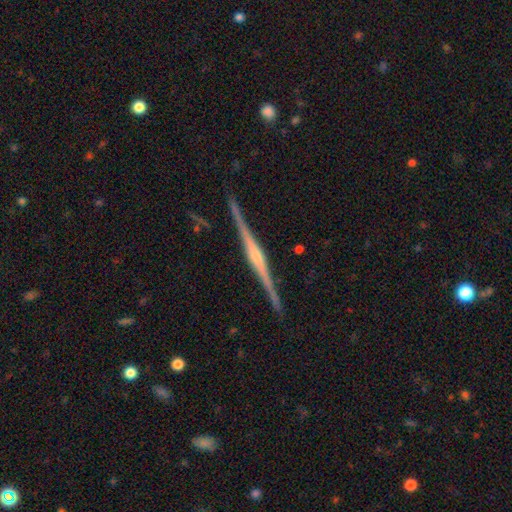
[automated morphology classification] This appears to be a featured or disk galaxy (86%) viewed edge-on (98%) with a rounded central bulge (65%). Merging: none (89%).